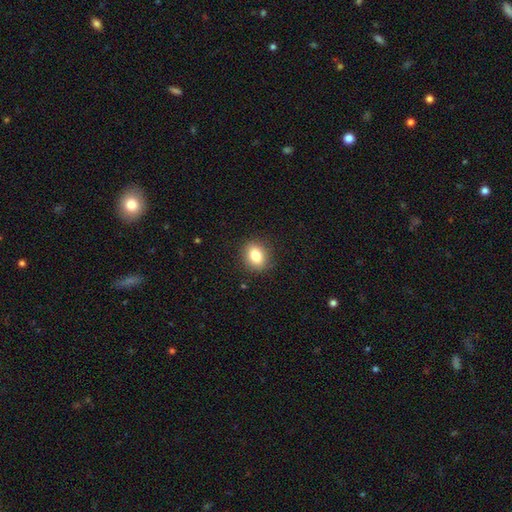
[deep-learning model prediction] Smooth or featured? smooth (82%)
How rounded? in between (56%)
Merging? none (88%)